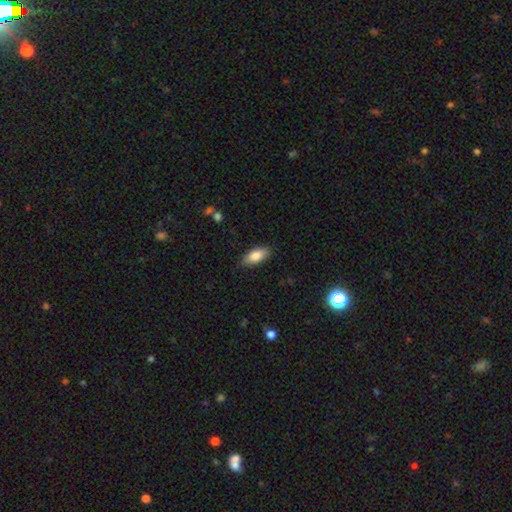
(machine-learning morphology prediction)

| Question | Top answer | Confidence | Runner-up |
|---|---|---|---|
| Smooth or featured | smooth | 82% | featured or disk (12%) |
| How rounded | in between | 86% | cigar-shaped (12%) |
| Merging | none | 85% | minor disturbance (12%) |